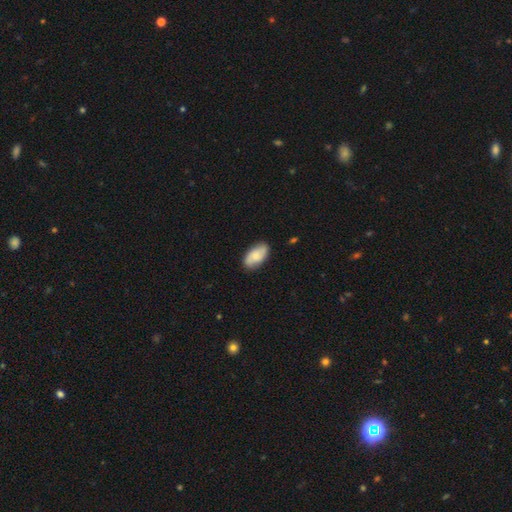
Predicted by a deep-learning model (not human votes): Morphology: type=smooth (65%); roundness=in between (94%); merging=none (82%).